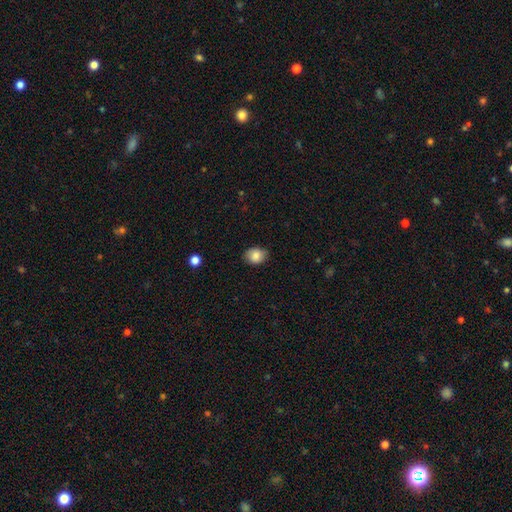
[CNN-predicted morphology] The model was most divided on "how rounded": in between: 56%, round: 43%, cigar-shaped: 1%. More confident: smooth or featured — smooth (84%); merging — none (82%).